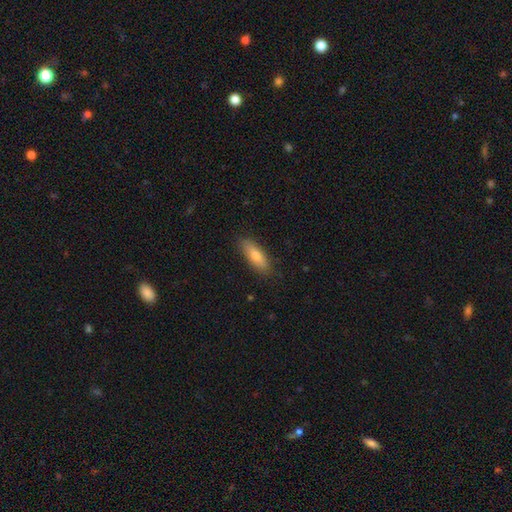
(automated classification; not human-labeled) Smooth or featured? Predicted: smooth (p=0.77). How rounded? Predicted: in between (p=0.51). Merging? Predicted: none (p=0.86).